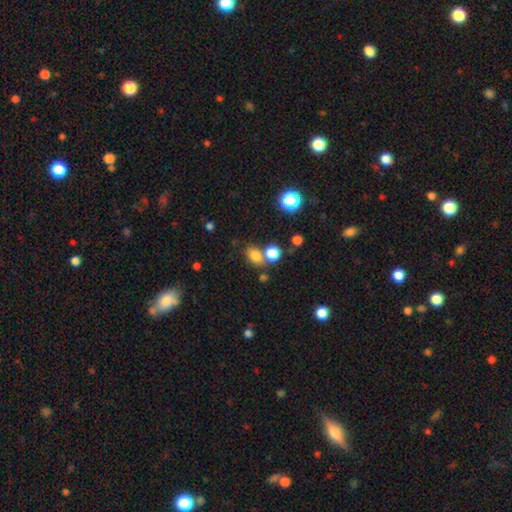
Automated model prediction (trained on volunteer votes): Smooth or featured: smooth — 77% (star or artifact — 16%)
How rounded: in between — 69% (round — 30%)
Merging: none — 59% (merger — 24%)